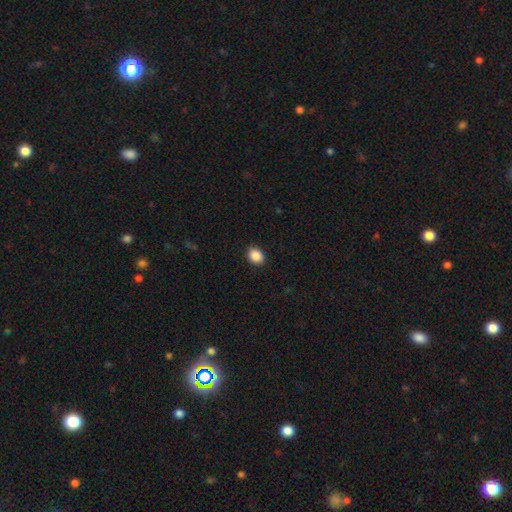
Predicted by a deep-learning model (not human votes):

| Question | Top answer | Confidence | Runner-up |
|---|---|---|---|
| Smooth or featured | smooth | 89% | star or artifact (8%) |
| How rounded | in between | 51% | round (48%) |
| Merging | none | 88% | minor disturbance (8%) |